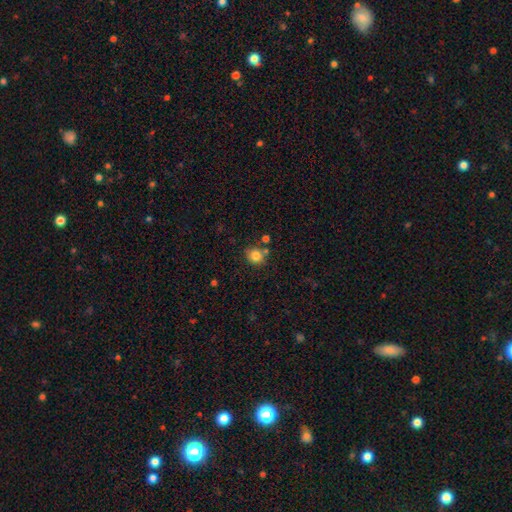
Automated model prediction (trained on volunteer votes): This is clearly a smooth galaxy (82%). How rounded: clearly round (84%). Merging: likely none (72%).